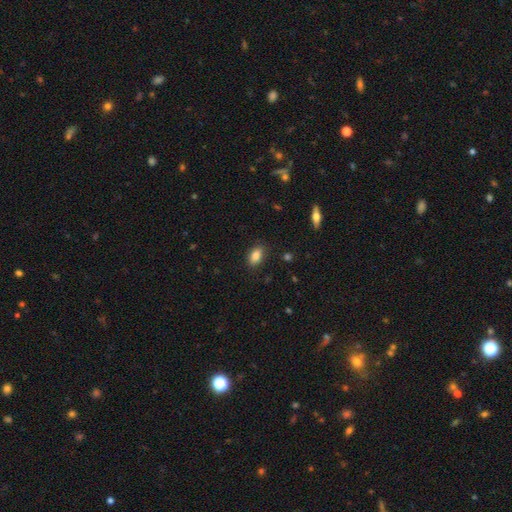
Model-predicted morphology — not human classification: The model was most divided on "merging": none: 83%, minor disturbance: 13%, major disturbance: 3%, merger: 1%. More confident: how rounded — in between (87%); smooth or featured — smooth (85%).